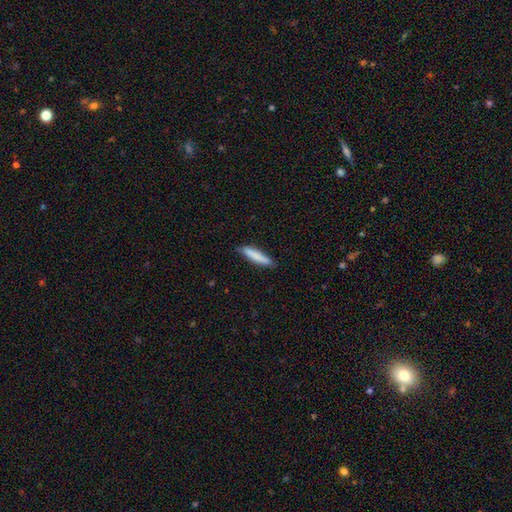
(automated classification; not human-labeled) smooth 82%, featured or disk 13%, star or artifact 6%. Down the decision tree: how rounded — cigar-shaped (86%); merging — none (82%).